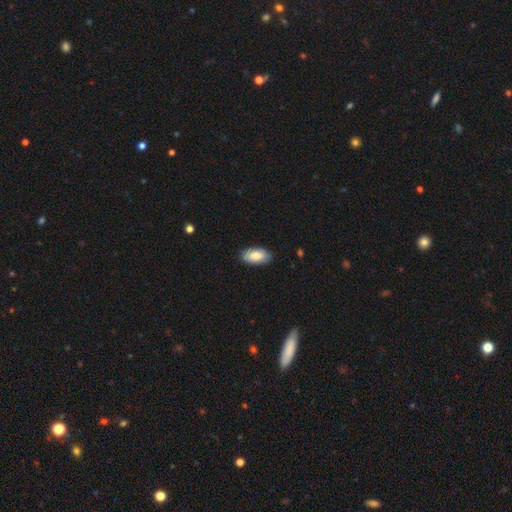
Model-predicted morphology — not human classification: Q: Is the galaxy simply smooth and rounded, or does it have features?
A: smooth — 85%.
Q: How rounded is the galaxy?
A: in between — 93%.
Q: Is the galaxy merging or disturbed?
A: none — 85%.